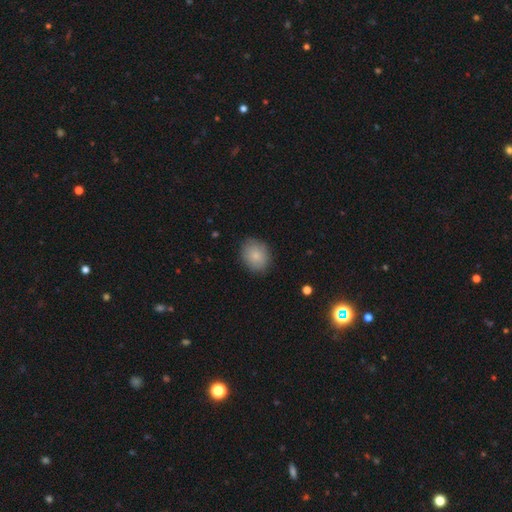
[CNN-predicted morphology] This appears to be a smooth galaxy with no disk features (83%) that is round (51%). Merging: none (84%).